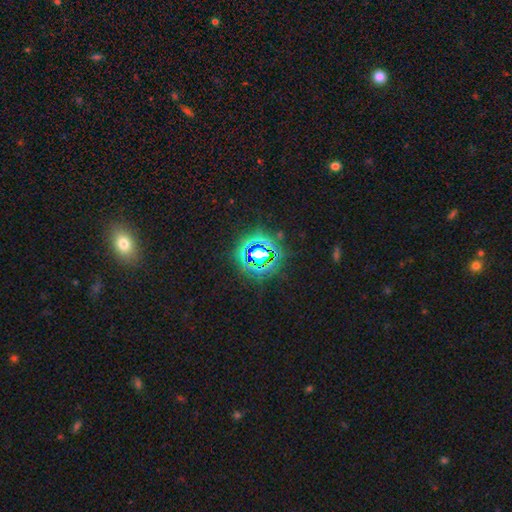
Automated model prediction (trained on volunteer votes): A star or artifact, not a galaxy (76%).

Vote fractions:
- Smooth or featured? star or artifact: 76% / smooth: 14% / featured or disk: 10%